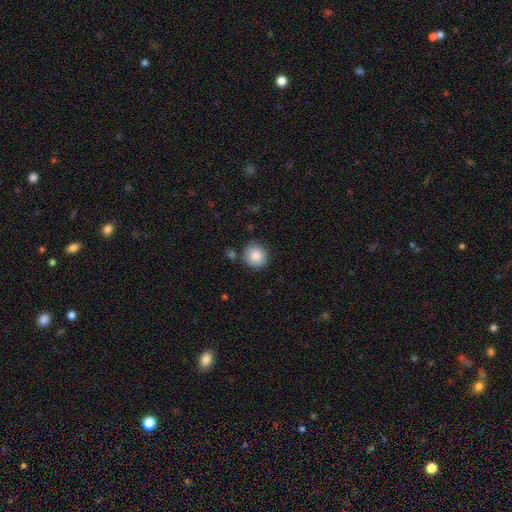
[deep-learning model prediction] smooth_or_featured: smooth (p=0.87) [alt: star or artifact p=0.08]
how_rounded: round (p=0.86) [alt: in between p=0.13]
merging: none (p=0.81) [alt: minor disturbance p=0.11]